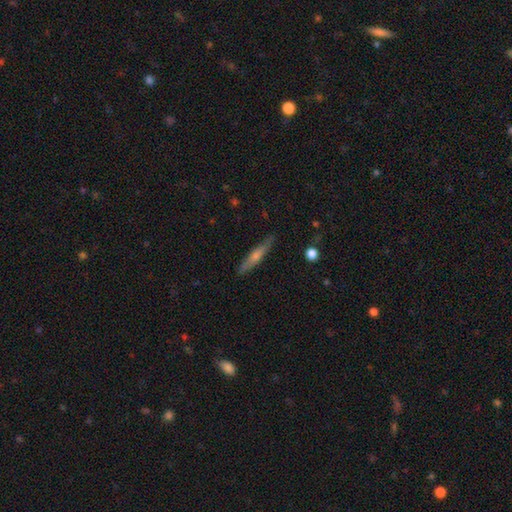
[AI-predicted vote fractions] Smooth or featured? featured or disk (53%)
Edge-on disk? yes (94%)
Merging? none (87%)